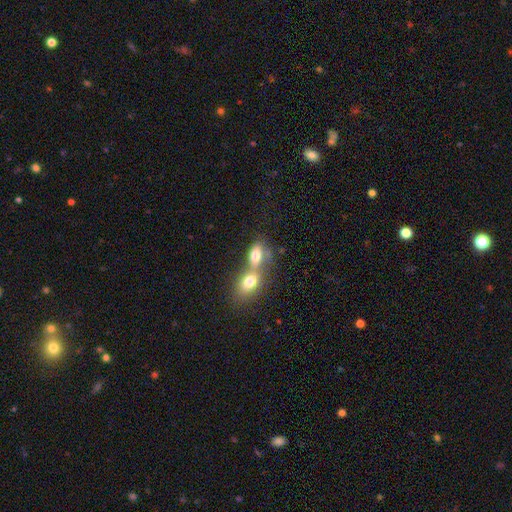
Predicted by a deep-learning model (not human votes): The model was most divided on "merging": merger: 67%, none: 21%, minor disturbance: 7%, major disturbance: 4%. More confident: how rounded — in between (83%); smooth or featured — smooth (75%).